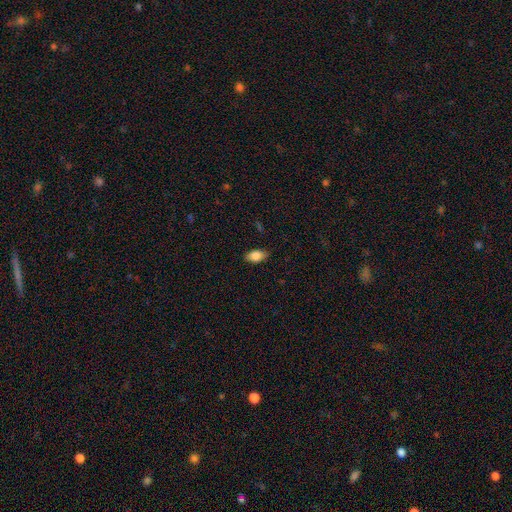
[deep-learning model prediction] Smooth or featured: smooth — 85% (featured or disk — 8%)
How rounded: in between — 90% (round — 6%)
Merging: none — 84% (minor disturbance — 12%)